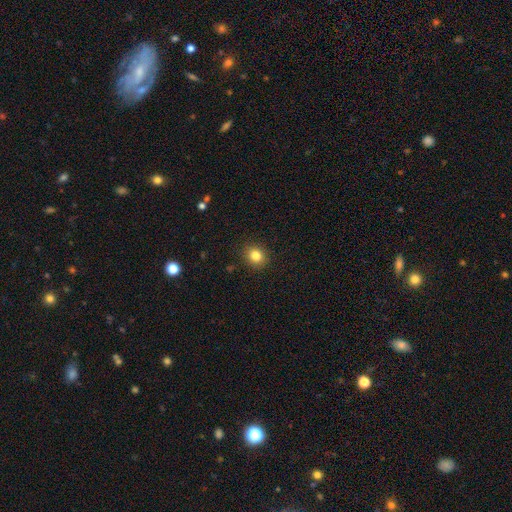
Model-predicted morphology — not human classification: Smooth or featured? smooth (82%)
How rounded? round (77%)
Merging? none (90%)